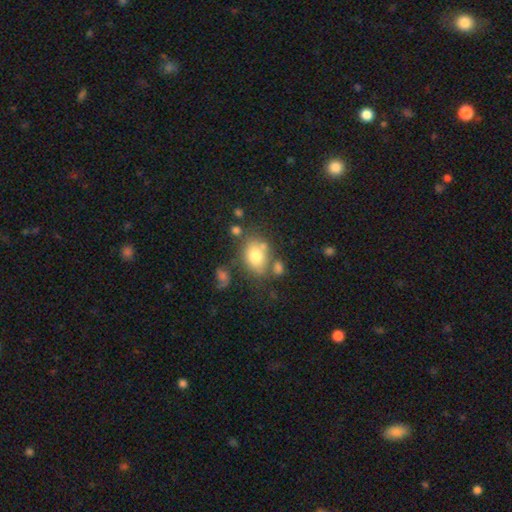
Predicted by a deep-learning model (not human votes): Morphology: type=smooth (75%); roundness=in between (65%); merging=none (58%).